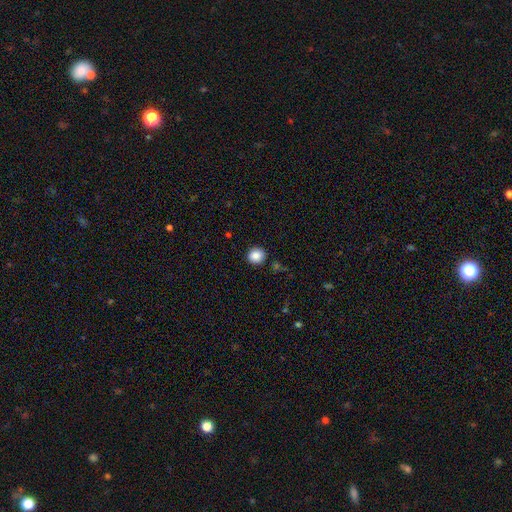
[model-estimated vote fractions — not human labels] smooth 87%, star or artifact 9%, featured or disk 3%. Down the decision tree: how rounded — round (86%); merging — none (90%).